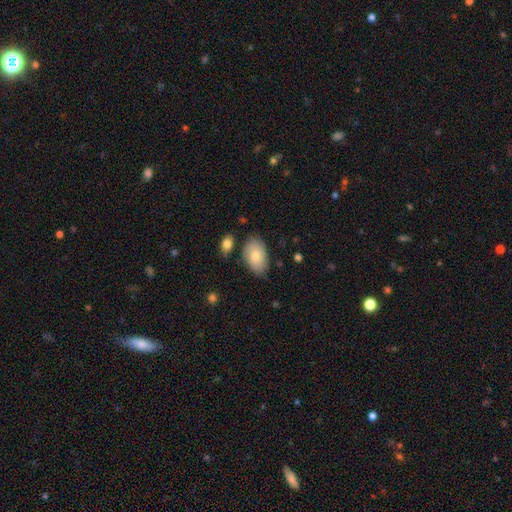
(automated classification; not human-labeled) smooth 77%, featured or disk 16%, star or artifact 6%. Down the decision tree: how rounded — in between (91%); merging — none (73%).